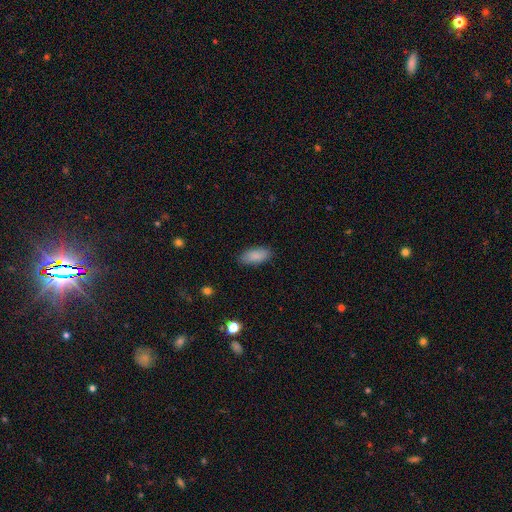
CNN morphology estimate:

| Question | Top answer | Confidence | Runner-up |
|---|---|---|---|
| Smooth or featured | smooth | 88% | star or artifact (7%) |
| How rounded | in between | 88% | cigar-shaped (10%) |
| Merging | none | 86% | minor disturbance (10%) |